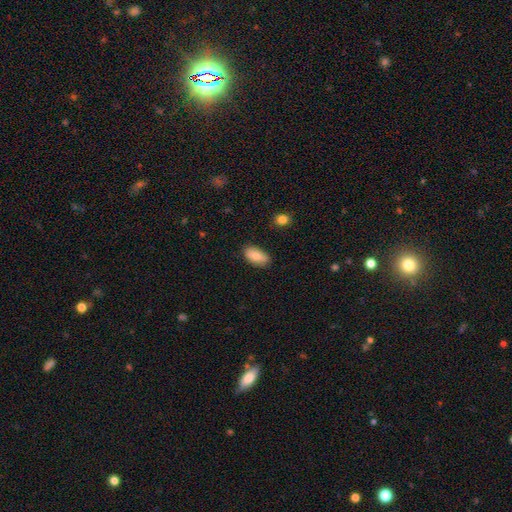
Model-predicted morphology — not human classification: This appears to be a smooth galaxy with no disk features (85%) that is in between round and cigar-shaped (91%). Merging: none (83%).